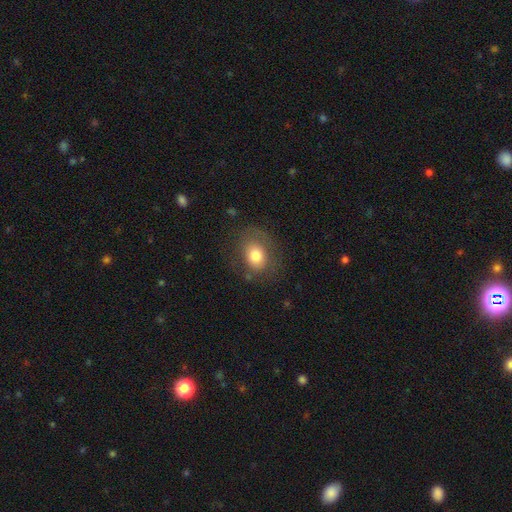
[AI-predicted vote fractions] Smooth or featured: smooth — 74% (featured or disk — 16%)
How rounded: in between — 51% (round — 48%)
Merging: none — 71% (minor disturbance — 18%)